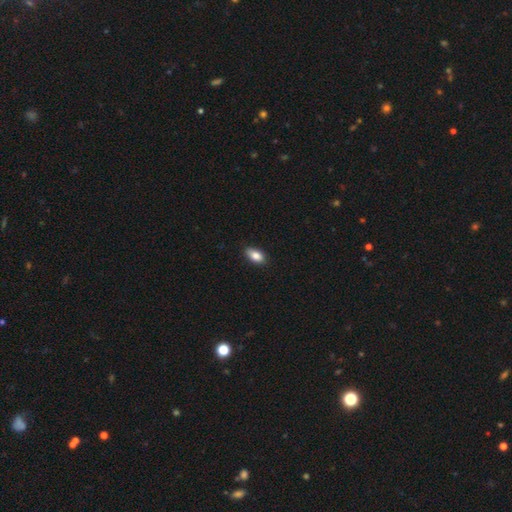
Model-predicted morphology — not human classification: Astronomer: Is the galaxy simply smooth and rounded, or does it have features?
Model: smooth — 84%.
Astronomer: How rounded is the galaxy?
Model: in between — 90%.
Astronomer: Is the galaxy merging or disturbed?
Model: none — 86%.